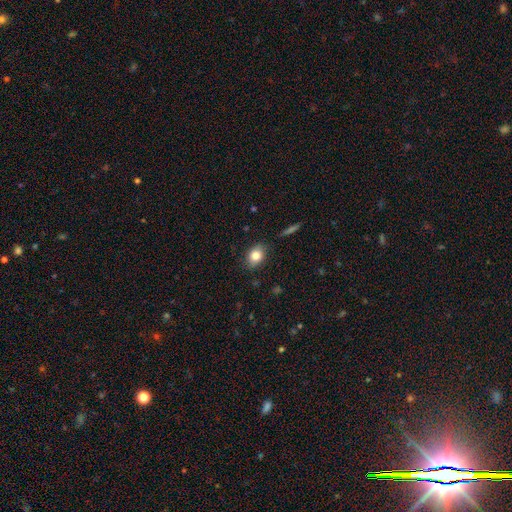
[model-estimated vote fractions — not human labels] This is clearly a smooth galaxy (82%). How rounded: likely in between (66%). Merging: clearly none (84%).